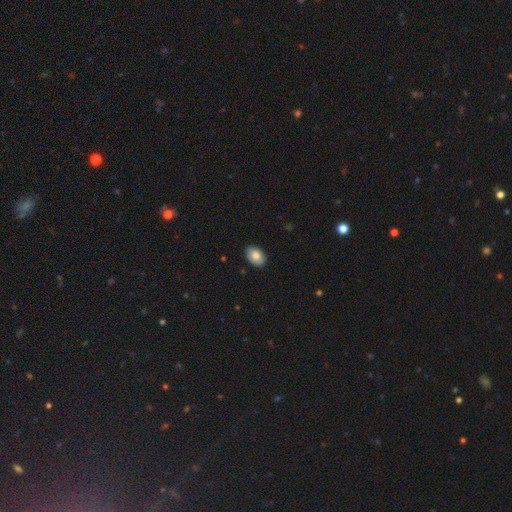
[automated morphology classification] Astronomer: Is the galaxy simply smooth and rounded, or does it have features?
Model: smooth — 81%.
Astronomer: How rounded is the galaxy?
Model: in between — 85%.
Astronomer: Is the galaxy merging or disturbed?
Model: none — 88%.